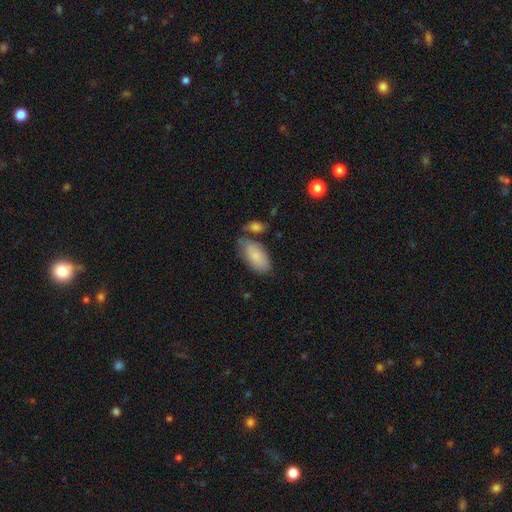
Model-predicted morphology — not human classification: smooth_or_featured: smooth (p=0.83) [alt: featured or disk p=0.11]
how_rounded: in between (p=0.93) [alt: cigar-shaped p=0.05]
merging: none (p=0.61) [alt: minor disturbance p=0.22]